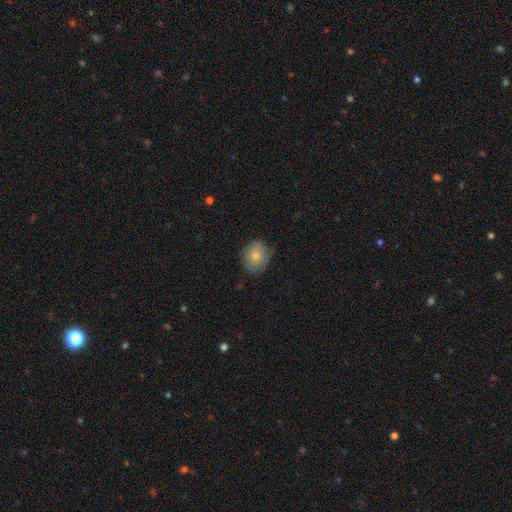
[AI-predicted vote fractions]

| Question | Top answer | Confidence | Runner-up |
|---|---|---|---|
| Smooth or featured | smooth | 79% | featured or disk (13%) |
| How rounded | round | 71% | in between (28%) |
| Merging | none | 73% | minor disturbance (22%) |